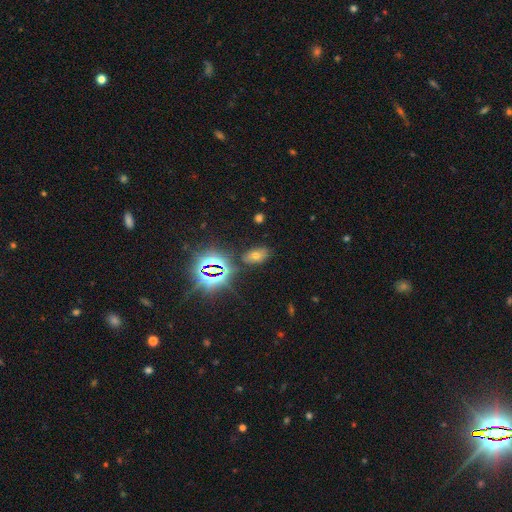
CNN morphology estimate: smooth-or-featured: smooth: 45% | star or artifact: 42% | featured or disk: 14%
  merging: none: 81% | minor disturbance: 12% | major disturbance: 4% | merger: 3%